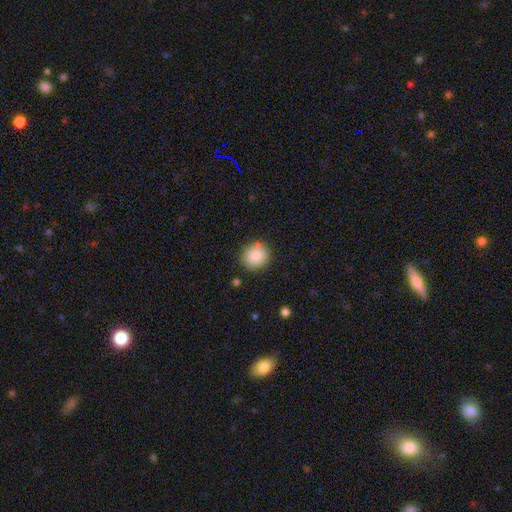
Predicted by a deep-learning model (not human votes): A smooth galaxy with no disk features (86%) that is round (86%).

Vote fractions:
- Smooth or featured? smooth: 86% / star or artifact: 8% / featured or disk: 5%
- How rounded? round: 86% / in between: 13% / cigar-shaped: 1%
- Merging? none: 84% / minor disturbance: 11% / major disturbance: 3% / merger: 3%